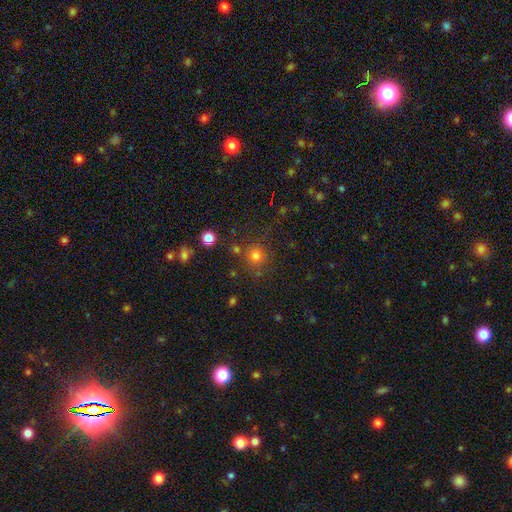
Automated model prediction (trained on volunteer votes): smooth-or-featured: smooth: 75% | star or artifact: 18% | featured or disk: 7%
  how-rounded: round: 90% | in between: 9% | cigar-shaped: 1%
  merging: none: 75% | minor disturbance: 11% | merger: 8% | major disturbance: 5%